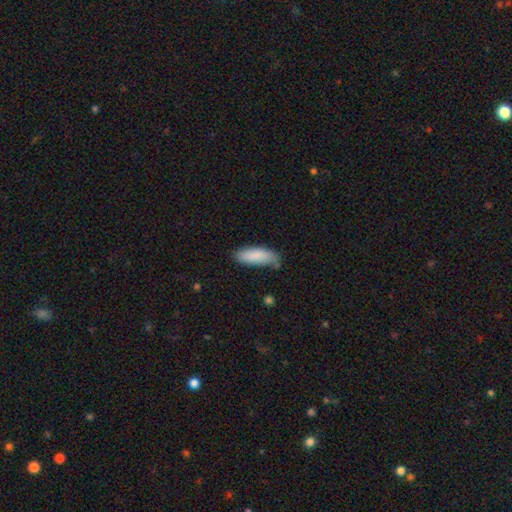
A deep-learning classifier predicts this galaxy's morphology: Smooth or featured: smooth — 87% (featured or disk — 7%)
How rounded: in between — 63% (cigar-shaped — 35%)
Merging: none — 70% (minor disturbance — 23%)